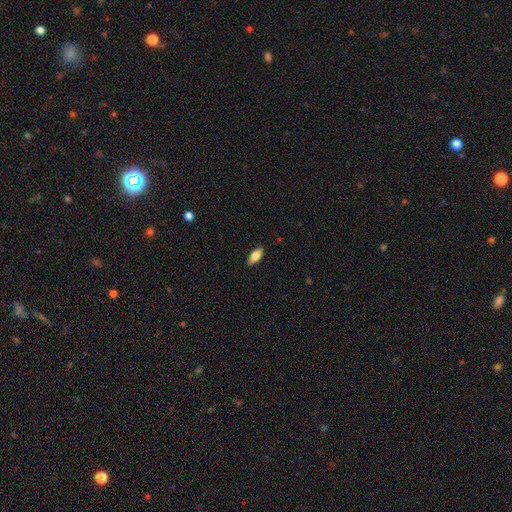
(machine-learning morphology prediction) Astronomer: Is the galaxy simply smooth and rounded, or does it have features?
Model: smooth — 78%.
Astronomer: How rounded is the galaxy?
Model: in between — 85%.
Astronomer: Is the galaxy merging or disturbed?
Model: none — 89%.